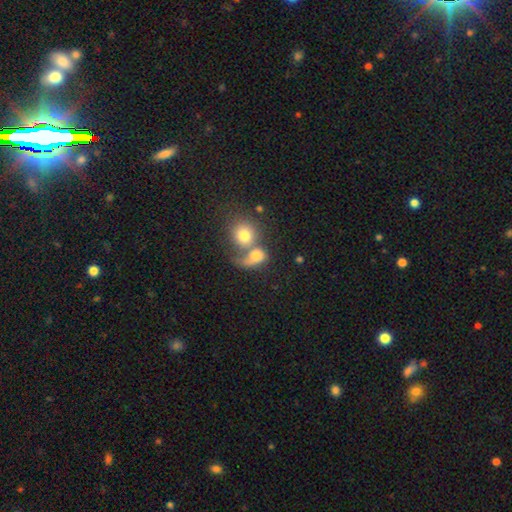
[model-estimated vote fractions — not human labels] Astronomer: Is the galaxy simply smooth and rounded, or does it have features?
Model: smooth — 66%.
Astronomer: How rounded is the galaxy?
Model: round — 57% (runner-up: in between, 41%).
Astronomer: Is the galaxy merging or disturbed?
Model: merger — 64%.